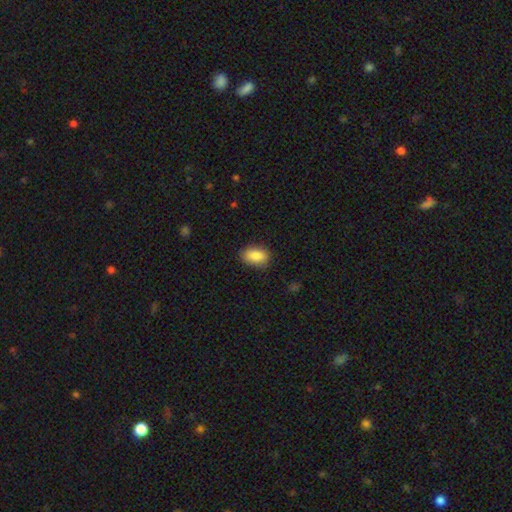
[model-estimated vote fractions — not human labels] Smooth or featured? smooth (87%)
How rounded? in between (88%)
Merging? none (84%)